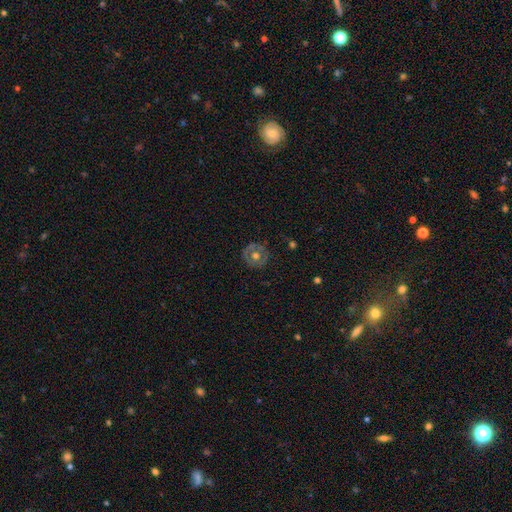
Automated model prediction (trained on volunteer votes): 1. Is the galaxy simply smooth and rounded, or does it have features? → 51% featured or disk, 41% smooth, 8% star or artifact.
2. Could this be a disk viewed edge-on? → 96% no, 4% yes.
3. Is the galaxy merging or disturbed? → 80% none, 14% minor disturbance, 4% major disturbance, 1% merger.